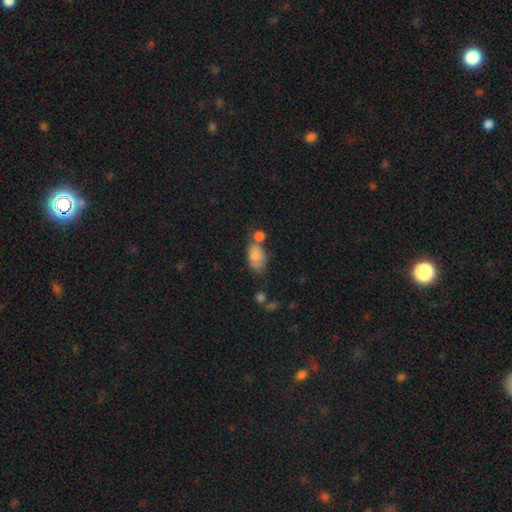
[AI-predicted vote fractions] smooth-or-featured: smooth: 82% | featured or disk: 11% | star or artifact: 8%
  how-rounded: in between: 91% | round: 7% | cigar-shaped: 2%
  merging: none: 46% | merger: 24% | minor disturbance: 22% | major disturbance: 9%